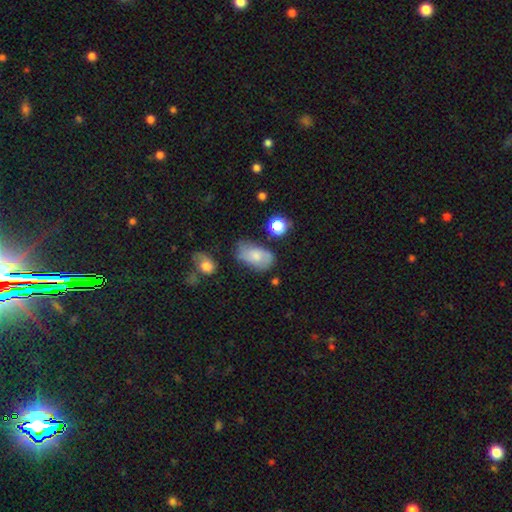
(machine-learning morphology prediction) Overall: smooth (59%; featured or disk 31%). How rounded: in between (89%). Merging: none (52%; minor disturbance 30%).